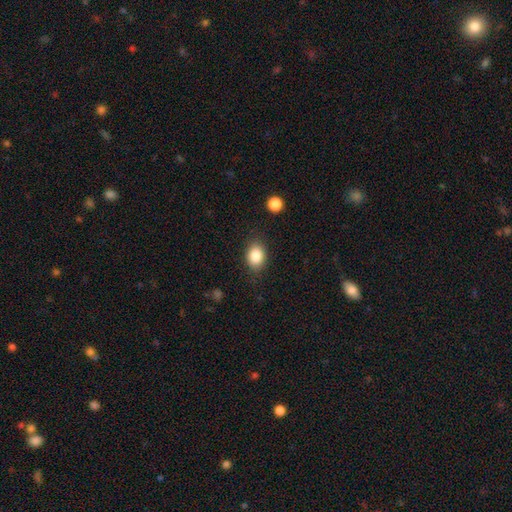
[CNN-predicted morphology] smooth_or_featured: smooth (p=0.85) [alt: star or artifact p=0.09]
how_rounded: in between (p=0.68) [alt: round p=0.31]
merging: none (p=0.84) [alt: minor disturbance p=0.11]